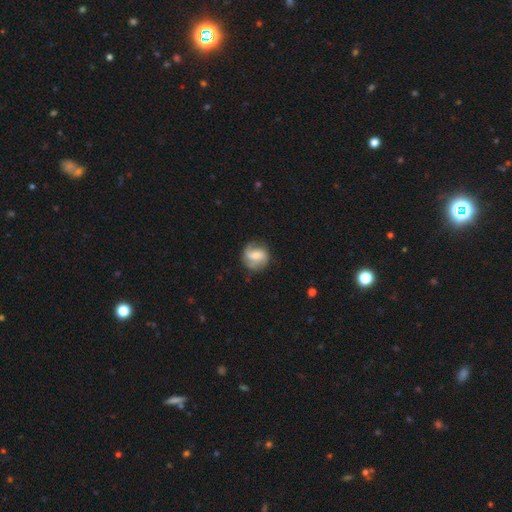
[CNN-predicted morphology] The model was most divided on "bulge size" (2-way tie): small: 43%, moderate: 43%, none: 7%, large: 5%, dominant: 1%. Remaining: edge-on disk — no (98%); spiral arms — yes (92%); merging — none (73%); smooth or featured — featured or disk (68%); spiral arm count — 2 (65%); bar — weak (47%); spiral winding — medium (43%).